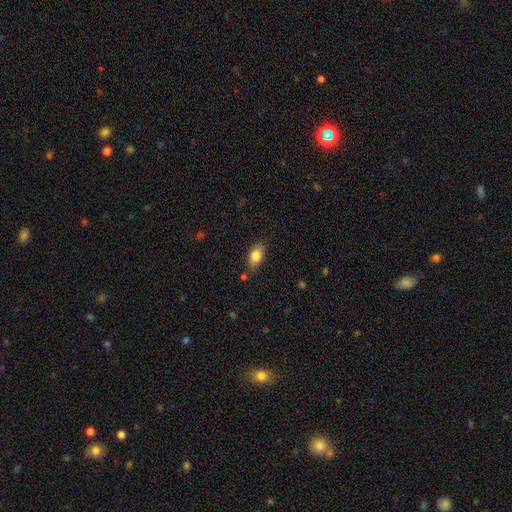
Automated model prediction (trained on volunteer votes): smooth 80%, featured or disk 12%, star or artifact 8%. Down the decision tree: how rounded — in between (86%); merging — none (78%).